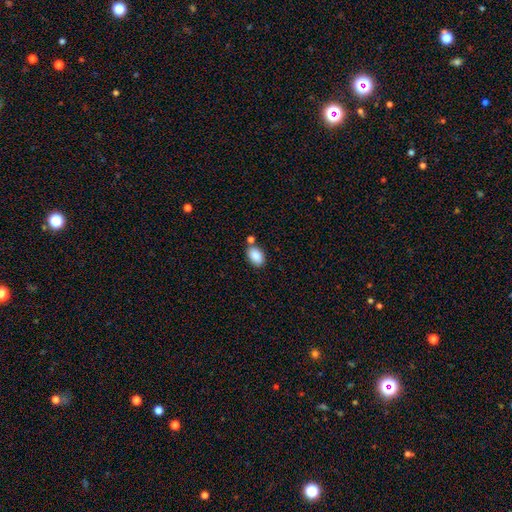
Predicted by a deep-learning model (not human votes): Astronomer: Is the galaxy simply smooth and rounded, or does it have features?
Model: smooth — 88%.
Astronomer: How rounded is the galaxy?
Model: in between — 88%.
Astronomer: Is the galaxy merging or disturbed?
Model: none — 70%.